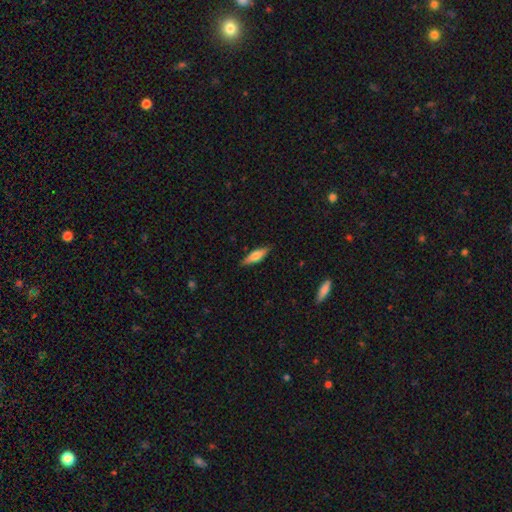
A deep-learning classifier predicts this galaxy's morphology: Smooth or featured: smooth — 59% (featured or disk — 35%)
How rounded: cigar-shaped — 56% (in between — 41%)
Merging: none — 87% (minor disturbance — 10%)